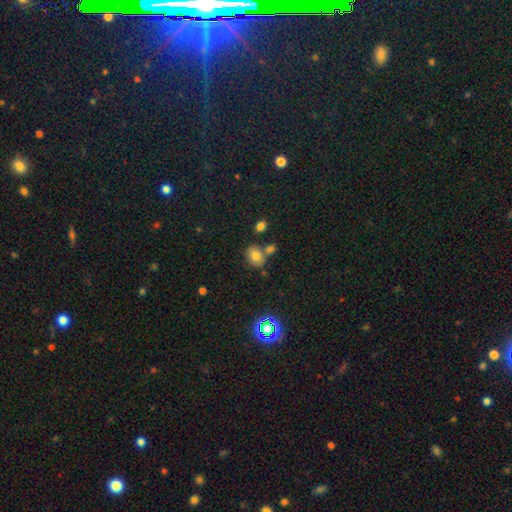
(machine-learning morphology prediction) A smooth galaxy with no disk features (75%) that is in between round and cigar-shaped (52%). Merging: none (60%).